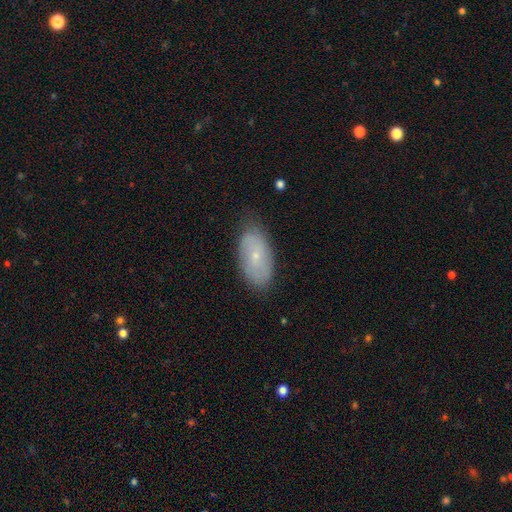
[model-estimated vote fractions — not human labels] smooth 52%, featured or disk 41%, star or artifact 8%. Down the decision tree: how rounded — in between (93%); merging — none (76%).